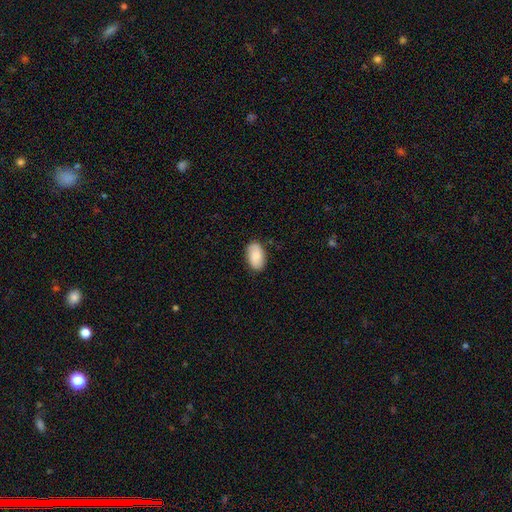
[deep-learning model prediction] This appears to be a smooth galaxy with no disk features (79%) that is in between round and cigar-shaped (93%). Merging: none (84%).